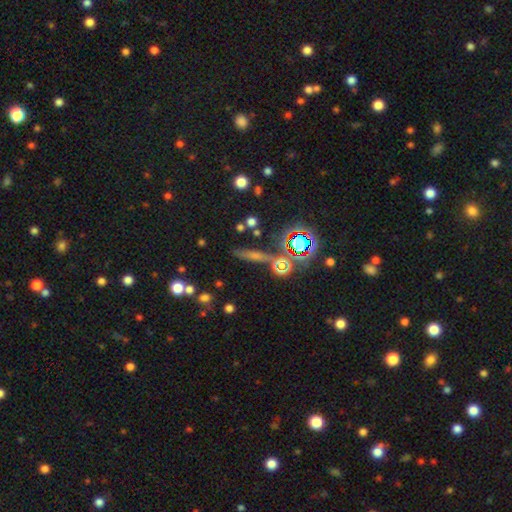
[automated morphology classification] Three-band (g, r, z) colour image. It shows a star or artifact, not a galaxy (36%).